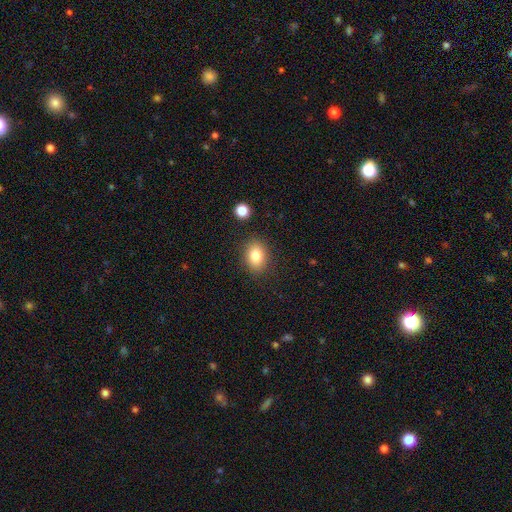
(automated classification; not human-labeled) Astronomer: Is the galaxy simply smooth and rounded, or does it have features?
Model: smooth — 83%.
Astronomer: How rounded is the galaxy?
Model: in between — 74%.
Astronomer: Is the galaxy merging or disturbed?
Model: none — 85%.